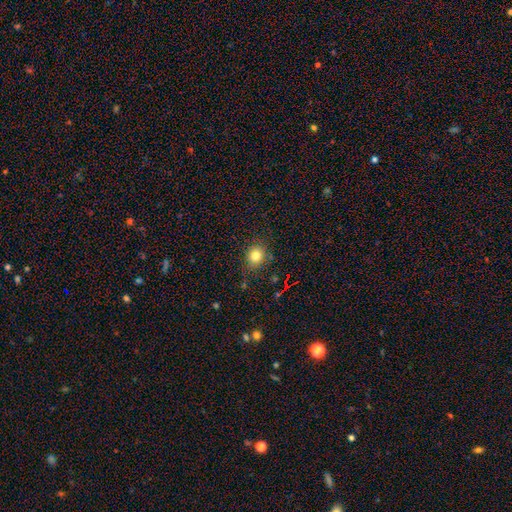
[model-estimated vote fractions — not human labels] Smooth or featured: smooth — 80% (star or artifact — 13%)
How rounded: round — 75% (in between — 24%)
Merging: none — 82% (minor disturbance — 13%)